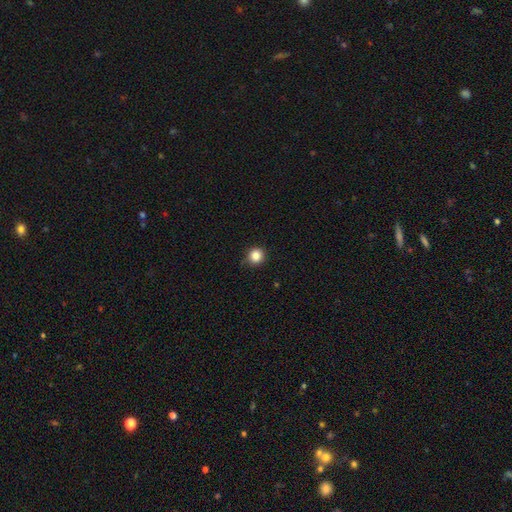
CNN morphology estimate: Smooth or featured?
  - smooth: 85% *
  - star or artifact: 11%
  - featured or disk: 4%
How rounded?
  - round: 93% *
  - in between: 6%
  - cigar-shaped: 1%
Merging?
  - none: 85% *
  - minor disturbance: 11%
  - major disturbance: 2%
  - merger: 1%